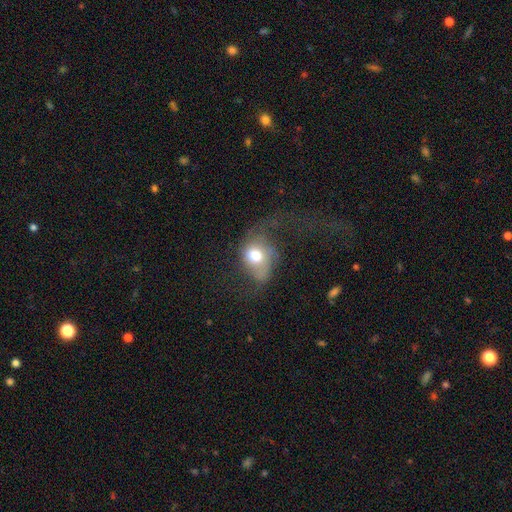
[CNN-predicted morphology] This appears to be a smooth galaxy with no disk features (59%) that is in between round and cigar-shaped (52%). Merging: major disturbance (50%).